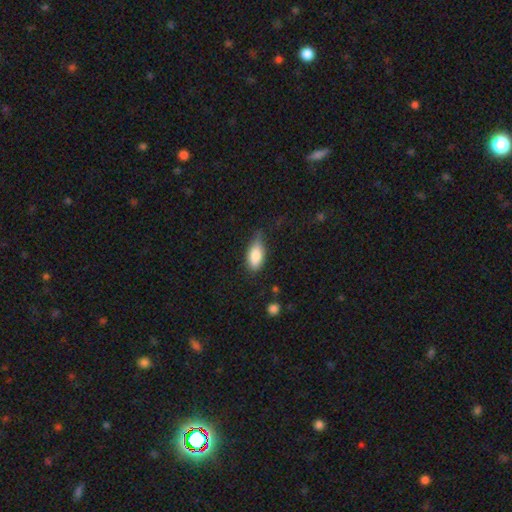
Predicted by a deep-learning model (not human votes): smooth 83%, featured or disk 11%, star or artifact 7%. Down the decision tree: how rounded — in between (89%); merging — none (58%).